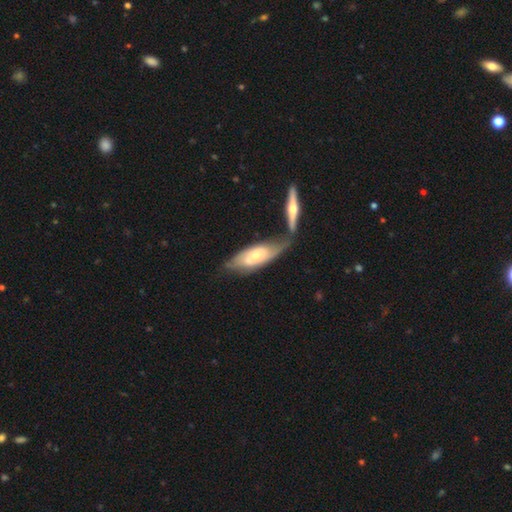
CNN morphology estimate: A featured or disk galaxy (54%).

Vote fractions:
- Smooth or featured? featured or disk: 54% / smooth: 41% / star or artifact: 6%
- Edge-on disk? no: 74% / yes: 26%
- Merging? merger: 37% / none: 34% / minor disturbance: 20% / major disturbance: 10%